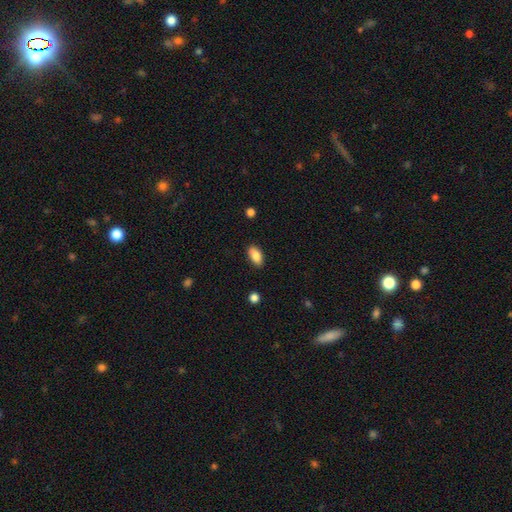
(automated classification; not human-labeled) This appears to be a smooth galaxy with no disk features (86%) that is in between round and cigar-shaped (92%). Merging: none (86%).